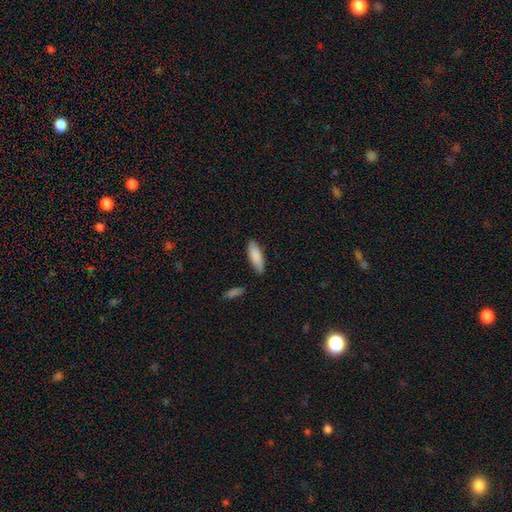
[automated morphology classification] This appears to be a smooth galaxy with no disk features (87%) that is in between round and cigar-shaped (64%). Merging: none (80%).